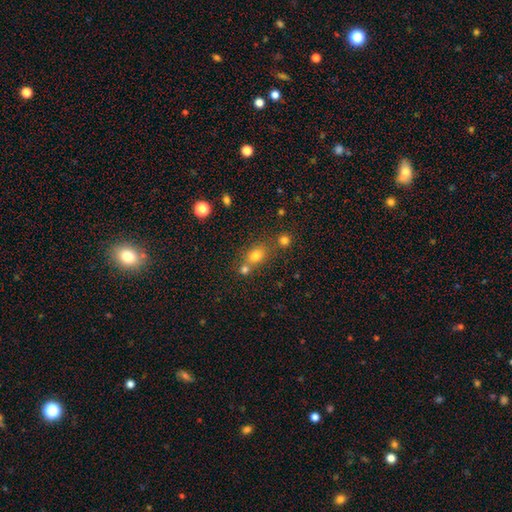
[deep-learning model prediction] Smooth or featured? smooth (74%)
How rounded? in between (51%)
Merging? none (53%)